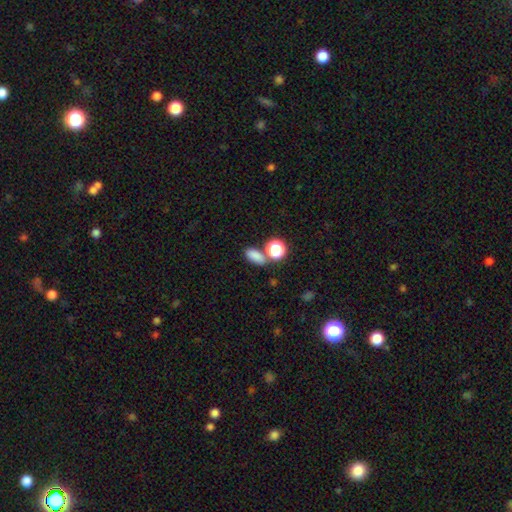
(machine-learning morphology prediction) The model was most divided on "merging": none: 68%, merger: 17%, minor disturbance: 11%, major disturbance: 4%. More confident: smooth or featured — smooth (80%); how rounded — in between (78%).